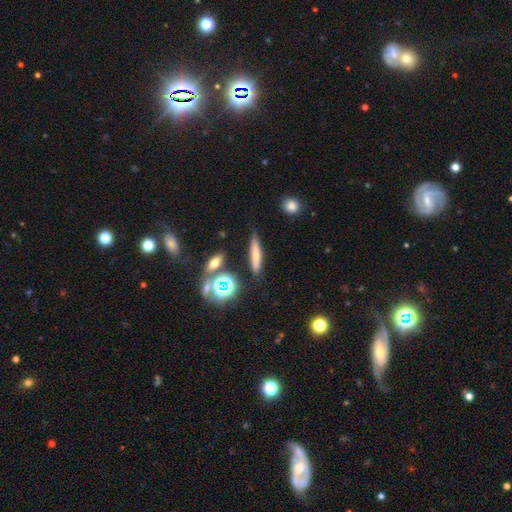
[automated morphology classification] smooth-or-featured: smooth: 61% | featured or disk: 25% | star or artifact: 14%
  how-rounded: cigar-shaped: 80% | in between: 15% | round: 5%
  merging: none: 79% | minor disturbance: 13% | merger: 5% | major disturbance: 4%